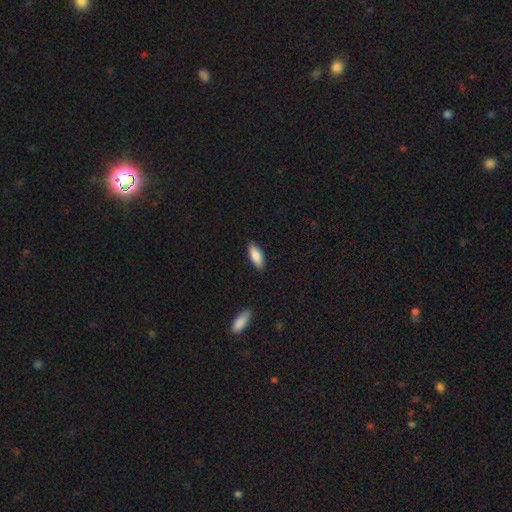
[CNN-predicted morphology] Smooth or featured?
  - smooth: 85% *
  - featured or disk: 9%
  - star or artifact: 6%
How rounded?
  - in between: 80% *
  - cigar-shaped: 18%
  - round: 2%
Merging?
  - none: 86% *
  - minor disturbance: 11%
  - major disturbance: 2%
  - merger: 1%